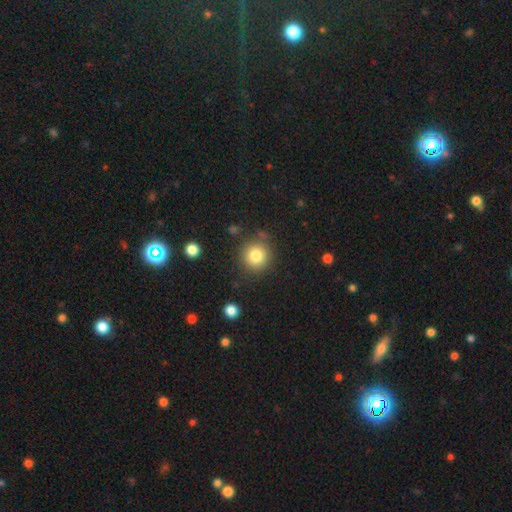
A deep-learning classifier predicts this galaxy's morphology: This appears to be a smooth galaxy with no disk features (82%) that is round (94%). Merging: none (84%).